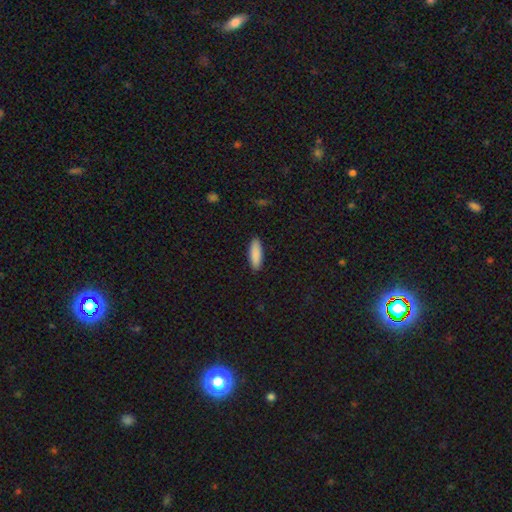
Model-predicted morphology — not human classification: smooth_or_featured: smooth (p=0.90) [alt: star or artifact p=0.06]
how_rounded: in between (p=0.51) [alt: cigar-shaped p=0.47]
merging: none (p=0.90) [alt: minor disturbance p=0.07]